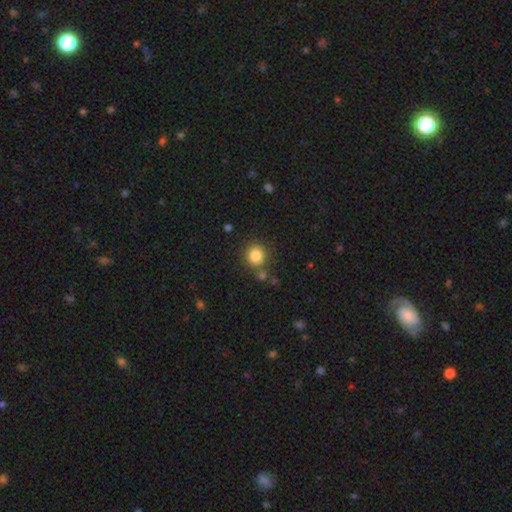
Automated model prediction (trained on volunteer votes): Smooth or featured? smooth (84%)
How rounded? round (90%)
Merging? none (79%)